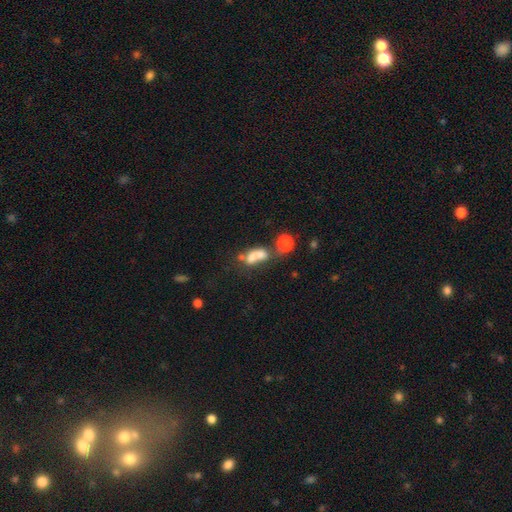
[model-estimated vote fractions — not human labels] Q: Smooth or featured?
A: smooth (61%); runner-up: featured or disk (25%)
Q: How rounded?
A: in between (75%); runner-up: round (14%)
Q: Merging?
A: merger (46%); runner-up: none (21%)